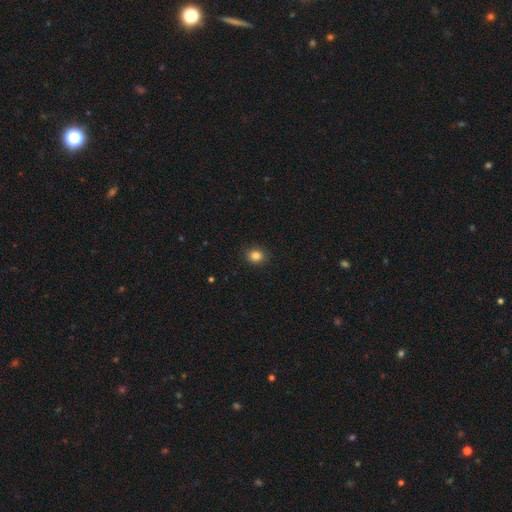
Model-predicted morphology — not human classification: Smooth or featured: smooth — 84% (star or artifact — 12%)
How rounded: round — 75% (in between — 24%)
Merging: none — 90% (minor disturbance — 7%)